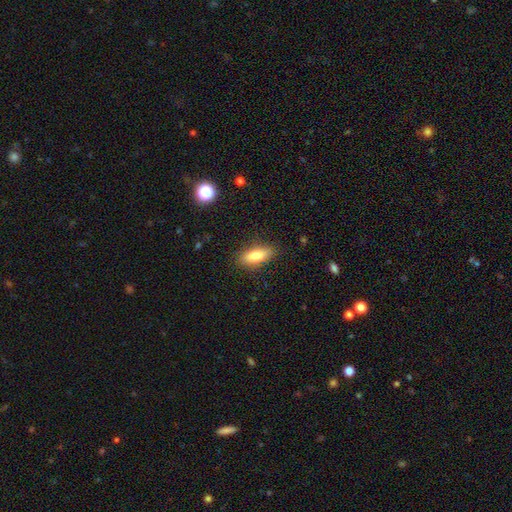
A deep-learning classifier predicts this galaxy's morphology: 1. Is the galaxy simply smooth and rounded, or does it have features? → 81% smooth, 12% featured or disk, 7% star or artifact.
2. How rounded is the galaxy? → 74% in between, 23% cigar-shaped, 3% round.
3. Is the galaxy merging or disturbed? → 85% none, 11% minor disturbance, 3% major disturbance, 1% merger.